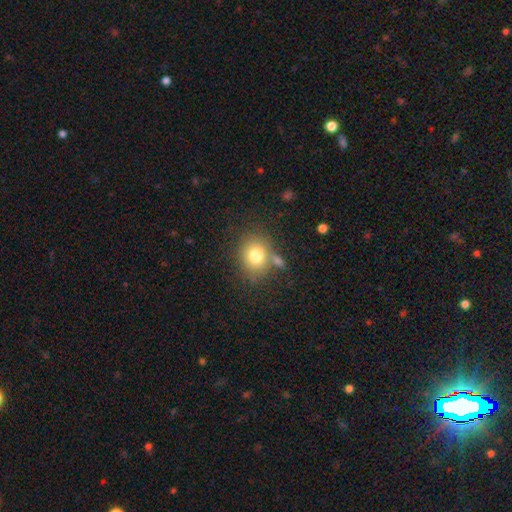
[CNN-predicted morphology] smooth-or-featured: smooth: 77% | featured or disk: 12% | star or artifact: 11%
  how-rounded: round: 72% | in between: 27% | cigar-shaped: 1%
  merging: none: 67% | merger: 14% | minor disturbance: 14% | major disturbance: 6%